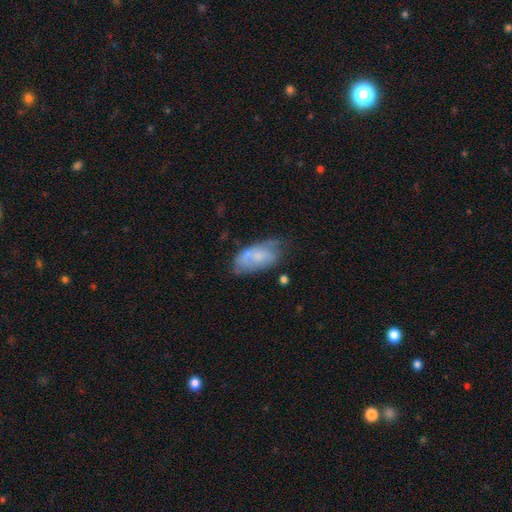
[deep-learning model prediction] smooth_or_featured: smooth (p=0.58) [alt: featured or disk p=0.34]
how_rounded: in between (p=0.91) [alt: cigar-shaped p=0.06]
merging: none (p=0.44) [alt: minor disturbance p=0.35]